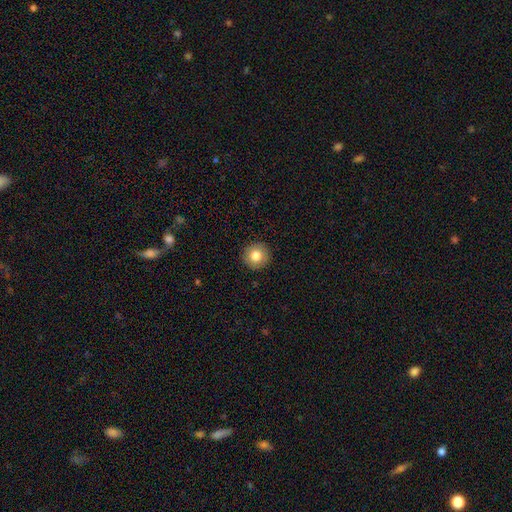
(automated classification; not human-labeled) Morphology: type=smooth (82%); roundness=round (95%); merging=none (93%).